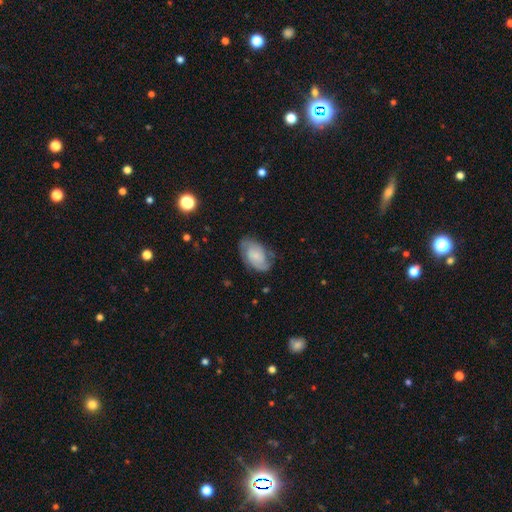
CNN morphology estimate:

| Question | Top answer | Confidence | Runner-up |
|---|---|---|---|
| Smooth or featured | featured or disk | 62% | smooth (32%) |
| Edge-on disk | no | 96% | yes (4%) |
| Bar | no | 67% | weak (27%) |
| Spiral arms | yes | 89% | no (11%) |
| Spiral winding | tight | 45% | medium (40%) |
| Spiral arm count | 2 | 73% | can't tell (16%) |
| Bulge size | small | 56% | moderate (21%) |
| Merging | none | 69% | minor disturbance (22%) |